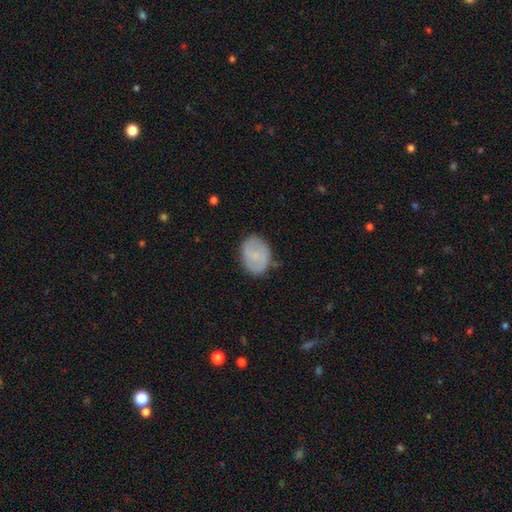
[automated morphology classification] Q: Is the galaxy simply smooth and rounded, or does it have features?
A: smooth — 57%.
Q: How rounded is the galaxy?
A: in between — 69%.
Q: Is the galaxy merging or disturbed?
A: none — 77%.